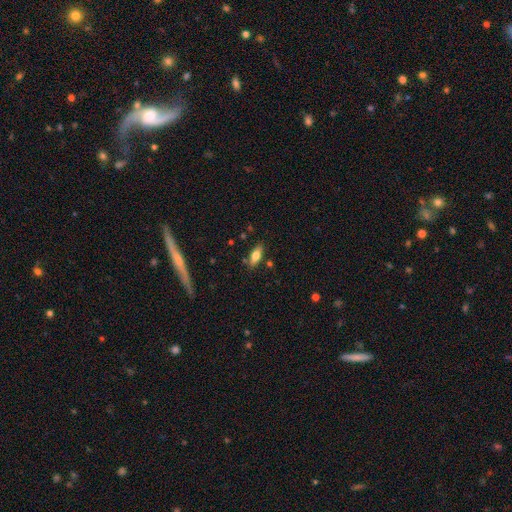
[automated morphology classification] A smooth galaxy with no disk features (69%) that is in between round and cigar-shaped (73%).

Vote fractions:
- Smooth or featured? smooth: 69% / featured or disk: 24% / star or artifact: 7%
- How rounded? in between: 73% / cigar-shaped: 24% / round: 3%
- Merging? none: 81% / minor disturbance: 13% / merger: 4% / major disturbance: 3%